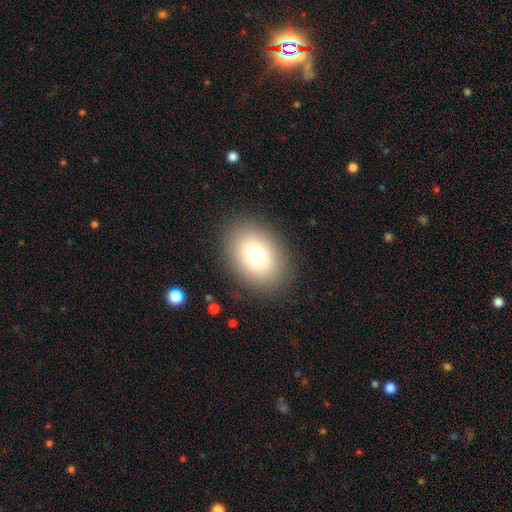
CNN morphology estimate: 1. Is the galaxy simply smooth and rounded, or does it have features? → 75% smooth, 13% featured or disk, 12% star or artifact.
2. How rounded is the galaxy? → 67% in between, 32% round, 1% cigar-shaped.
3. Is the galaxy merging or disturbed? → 87% none, 8% minor disturbance, 4% major disturbance, 1% merger.